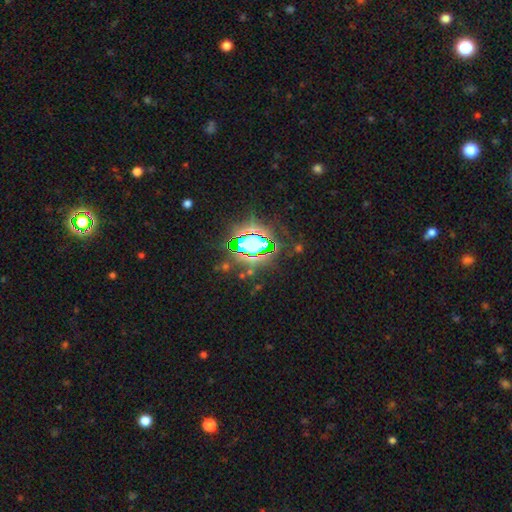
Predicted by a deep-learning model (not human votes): This is likely a star or artifact rather than a galaxy (80%).